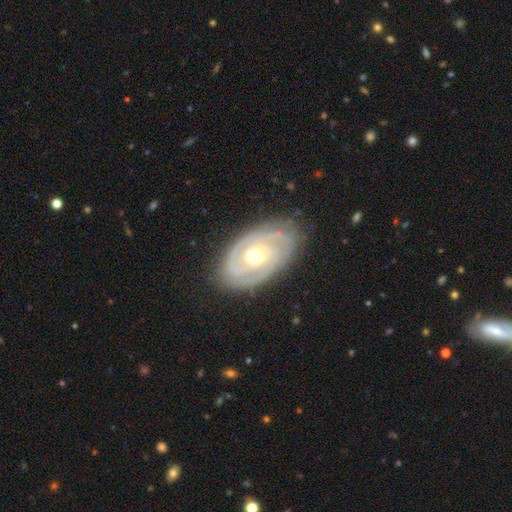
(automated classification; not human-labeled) featured or disk 89%, smooth 7%, star or artifact 4%. Down the decision tree: edge-on disk — no (96%); bar — no (63%); spiral arms — yes (96%); spiral arm count — 2 (48%); spiral winding — tight (75%); bulge size — moderate (71%); merging — none (82%).